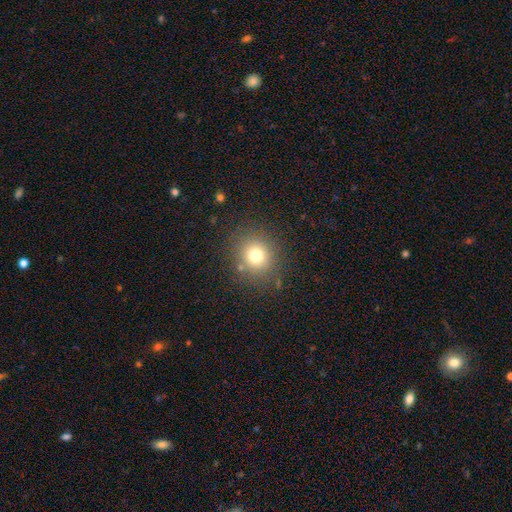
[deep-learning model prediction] smooth_or_featured: smooth (p=0.75) [alt: star or artifact p=0.16]
how_rounded: round (p=0.86) [alt: in between p=0.13]
merging: none (p=0.85) [alt: minor disturbance p=0.09]